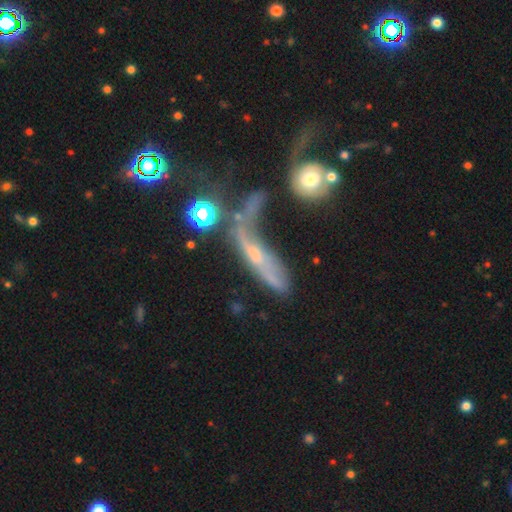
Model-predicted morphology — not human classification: A featured or disk galaxy (48%).

Vote fractions:
- Smooth or featured? featured or disk: 48% / smooth: 39% / star or artifact: 13%
- Merging? merger: 37% / major disturbance: 32% / none: 18% / minor disturbance: 13%